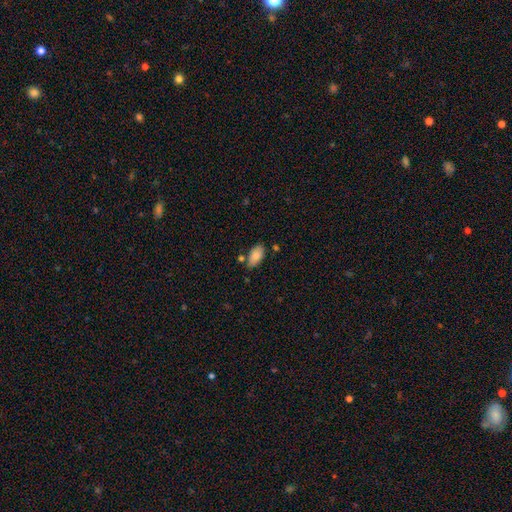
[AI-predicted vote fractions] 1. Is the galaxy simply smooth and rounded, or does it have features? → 83% smooth, 10% featured or disk, 7% star or artifact.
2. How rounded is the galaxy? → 94% in between, 3% round, 3% cigar-shaped.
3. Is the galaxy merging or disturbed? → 70% none, 17% minor disturbance, 9% merger, 4% major disturbance.